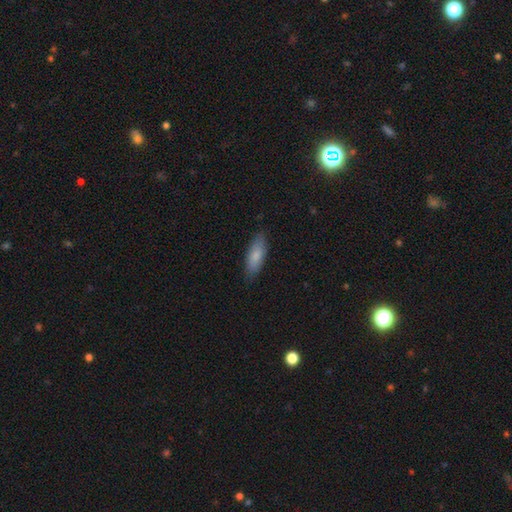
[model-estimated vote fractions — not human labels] Smooth or featured?
  - smooth: 80% *
  - featured or disk: 14%
  - star or artifact: 6%
How rounded?
  - in between: 64% *
  - cigar-shaped: 35%
  - round: 2%
Merging?
  - none: 84% *
  - minor disturbance: 13%
  - major disturbance: 2%
  - merger: 1%